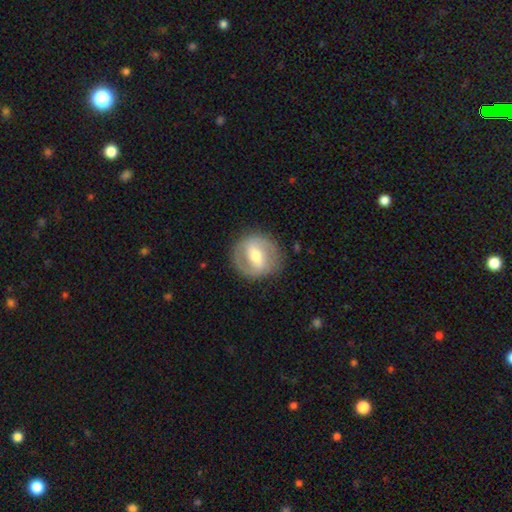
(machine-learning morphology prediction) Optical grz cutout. It shows a featured or disk galaxy (69%) with a strong bar (47%), spiral arms (69%) and a moderate central bulge (67%). Merging: none (84%).